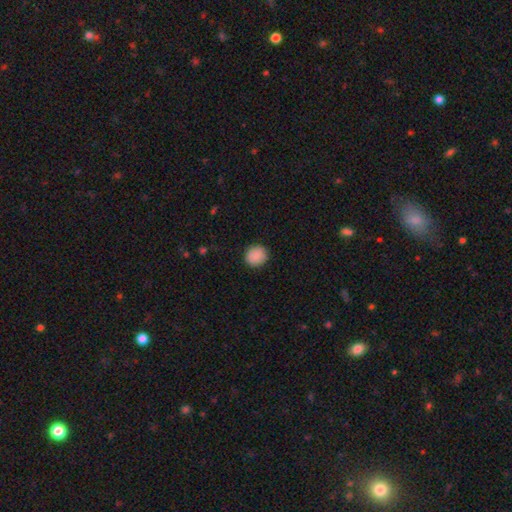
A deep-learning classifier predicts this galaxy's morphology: smooth 90%, star or artifact 8%, featured or disk 3%. Down the decision tree: how rounded — round (87%); merging — none (90%).